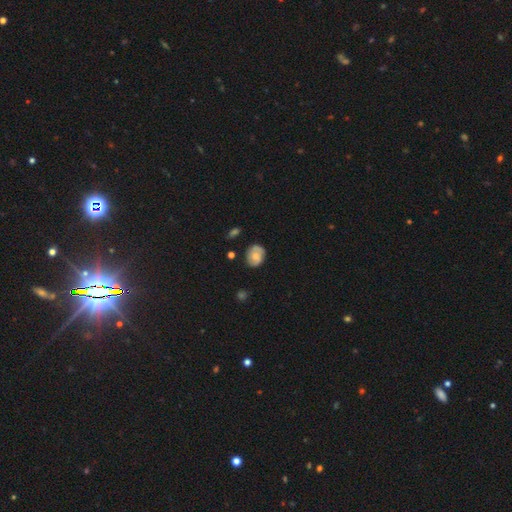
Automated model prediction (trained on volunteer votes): smooth 51%, featured or disk 42%, star or artifact 8%. Down the decision tree: how rounded — in between (50%); merging — none (72%).